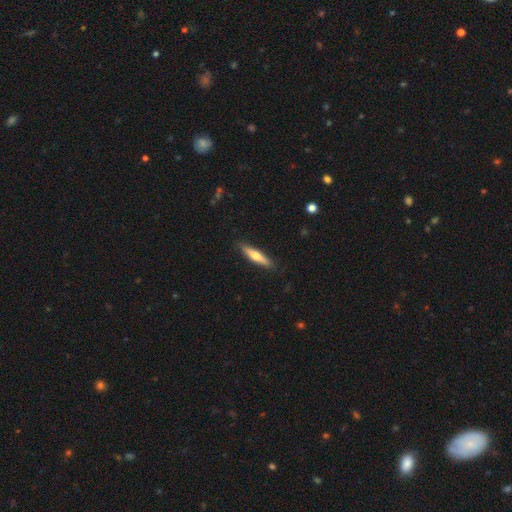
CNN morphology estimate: A smooth galaxy with no disk features (53%) that is cigar-shaped (81%). Merging: none (89%).